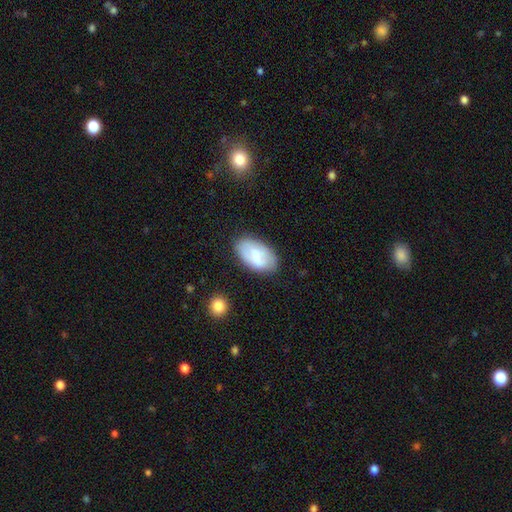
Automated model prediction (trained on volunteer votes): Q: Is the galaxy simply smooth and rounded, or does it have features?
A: smooth — 64%.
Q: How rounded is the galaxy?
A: in between — 94%.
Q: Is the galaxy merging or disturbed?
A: none — 79%.